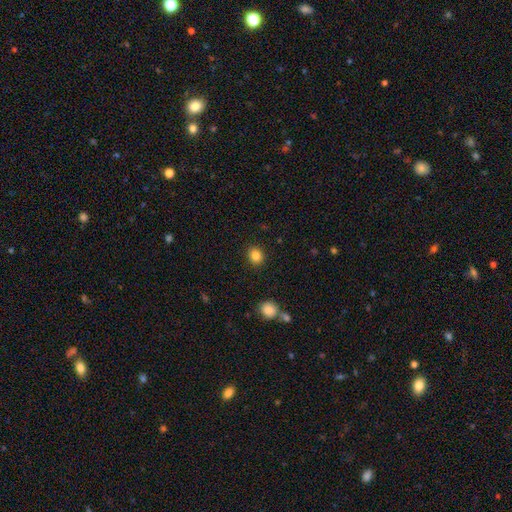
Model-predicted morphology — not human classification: A smooth galaxy with no disk features (85%) that is round (74%).

Vote fractions:
- Smooth or featured? smooth: 85% / star or artifact: 11% / featured or disk: 4%
- How rounded? round: 74% / in between: 25% / cigar-shaped: 1%
- Merging? none: 90% / minor disturbance: 7% / major disturbance: 2% / merger: 1%